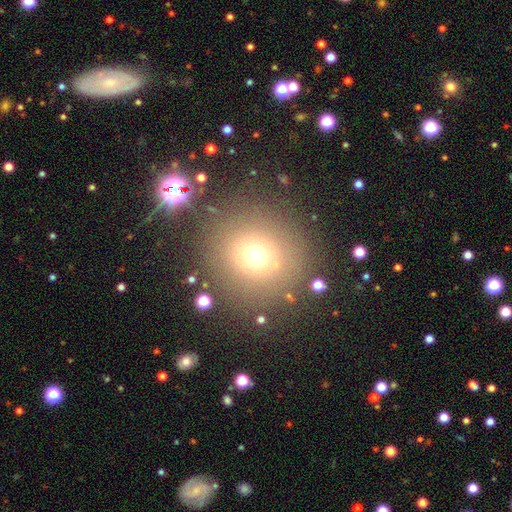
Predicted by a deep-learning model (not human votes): Smooth or featured? Predicted: smooth (p=0.63). How rounded? Predicted: round (p=0.91). Merging? Predicted: none (p=0.84).